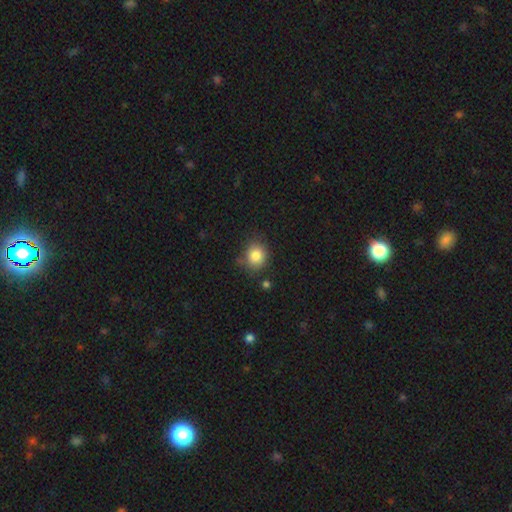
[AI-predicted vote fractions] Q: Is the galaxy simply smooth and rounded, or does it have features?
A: smooth — 84%.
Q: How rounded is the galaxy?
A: round — 72%.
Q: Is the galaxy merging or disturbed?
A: none — 76%.